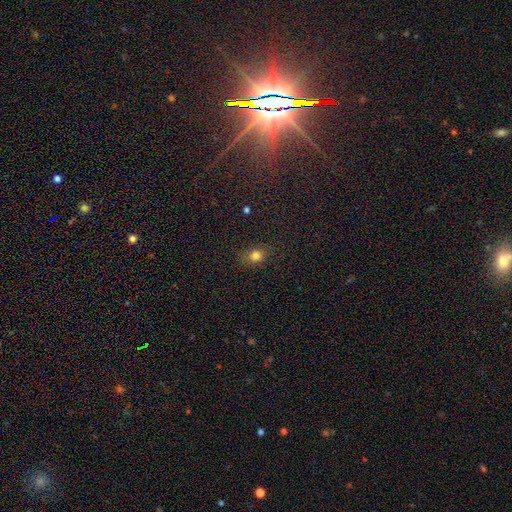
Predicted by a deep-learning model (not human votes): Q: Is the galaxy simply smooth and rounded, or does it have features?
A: smooth — 79%.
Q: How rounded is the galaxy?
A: round — 50%.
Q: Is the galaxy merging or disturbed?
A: none — 83%.